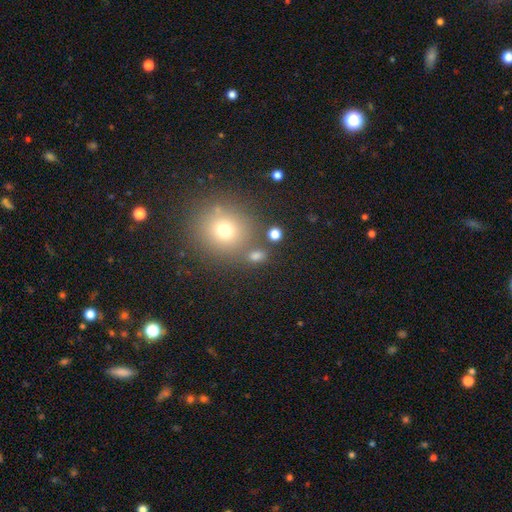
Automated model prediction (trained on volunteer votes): A smooth galaxy with no disk features (69%) that is round (61%). Merging: none (72%).